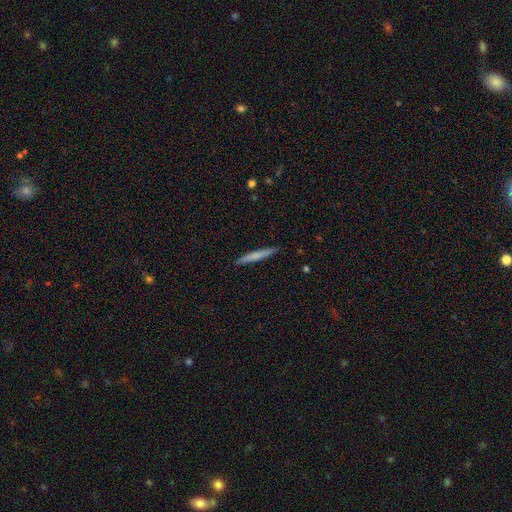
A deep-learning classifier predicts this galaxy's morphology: type=smooth (69%); roundness=cigar-shaped (96%); merging=none (91%).